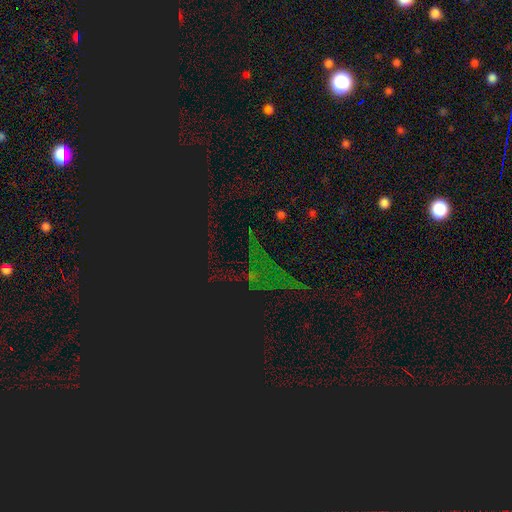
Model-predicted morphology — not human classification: This appears to be a star or artifact, not a galaxy (79%).